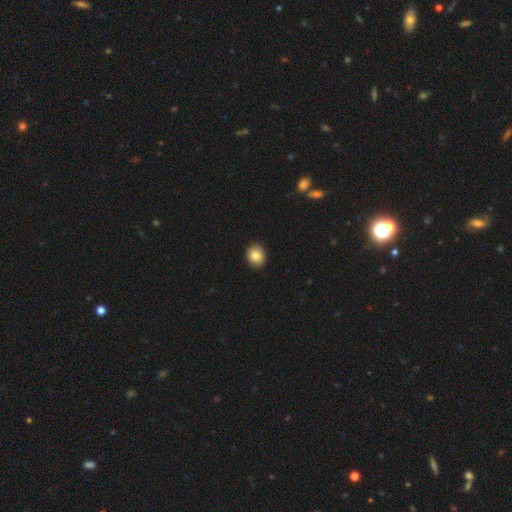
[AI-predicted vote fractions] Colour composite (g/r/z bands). It shows a smooth galaxy with no disk features (84%) that is round (58%). Merging: none (90%).